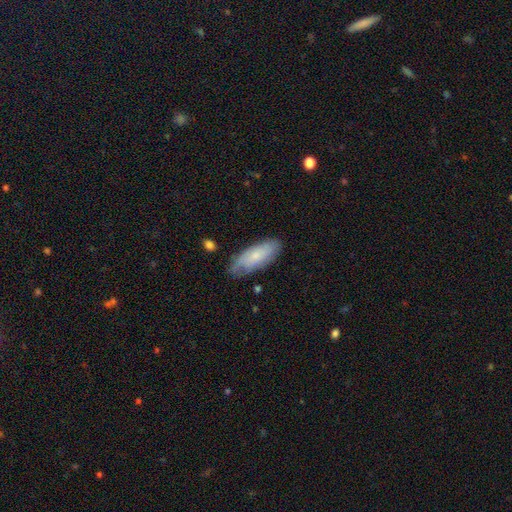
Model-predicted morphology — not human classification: The model was most divided on "smooth or featured": smooth: 63%, featured or disk: 31%, star or artifact: 7%. More confident: how rounded — in between (73%); merging — none (70%).